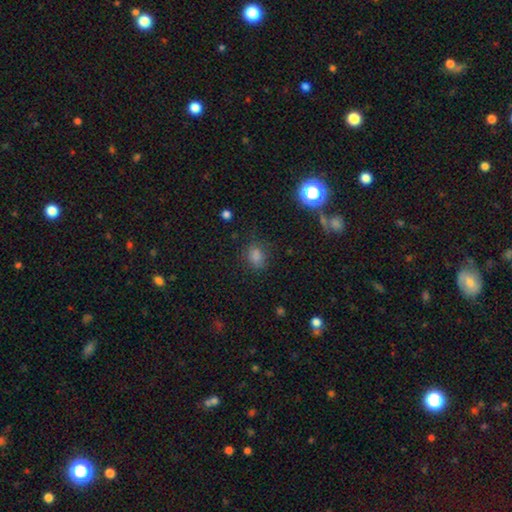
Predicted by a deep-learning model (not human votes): Smooth or featured: smooth — 74% (star or artifact — 21%)
How rounded: round — 53% (in between — 46%)
Merging: none — 79% (minor disturbance — 14%)